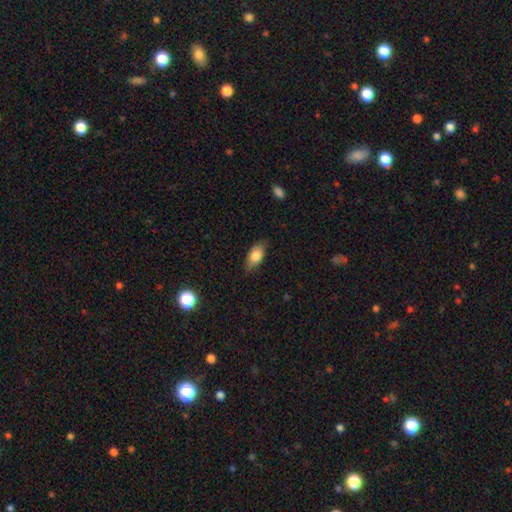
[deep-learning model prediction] smooth_or_featured: smooth (p=0.79) [alt: featured or disk p=0.14]
how_rounded: in between (p=0.87) [alt: cigar-shaped p=0.08]
merging: none (p=0.79) [alt: minor disturbance p=0.17]